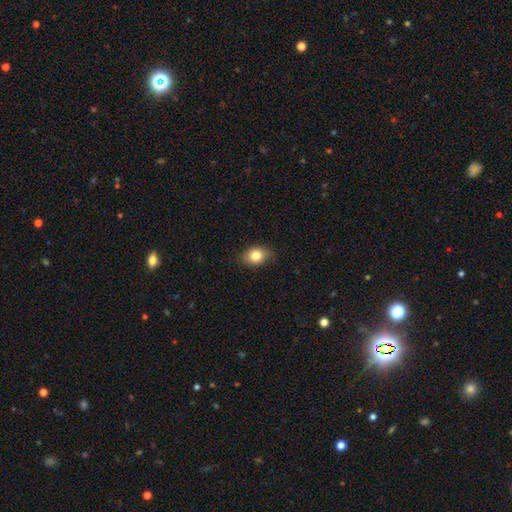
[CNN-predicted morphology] Q: Smooth or featured?
A: smooth (82%); runner-up: star or artifact (9%)
Q: How rounded?
A: in between (66%); runner-up: round (33%)
Q: Merging?
A: none (84%); runner-up: minor disturbance (13%)